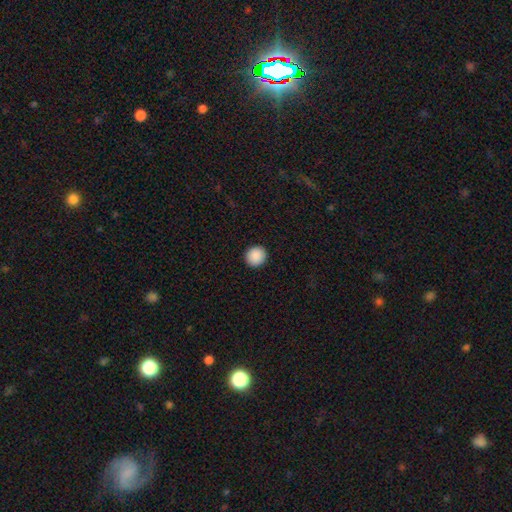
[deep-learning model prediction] smooth_or_featured: smooth (p=0.90) [alt: star or artifact p=0.08]
how_rounded: round (p=0.93) [alt: in between p=0.06]
merging: none (p=0.93) [alt: minor disturbance p=0.04]